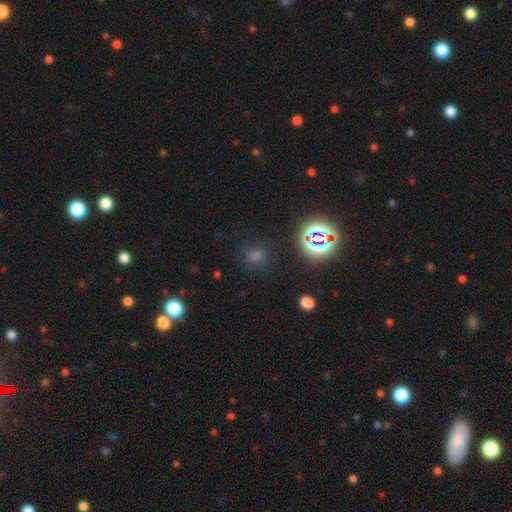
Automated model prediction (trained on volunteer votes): Overall: smooth (49%; star or artifact 43%). Merging: none (83%).